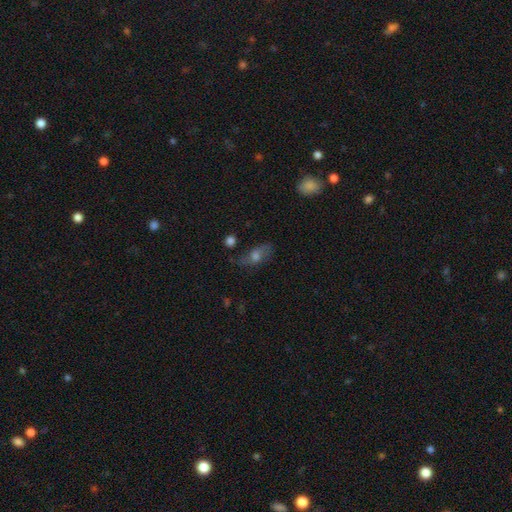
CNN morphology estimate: smooth-or-featured: smooth: 47% | featured or disk: 39% | star or artifact: 14%
  merging: none: 63% | minor disturbance: 23% | major disturbance: 10% | merger: 4%